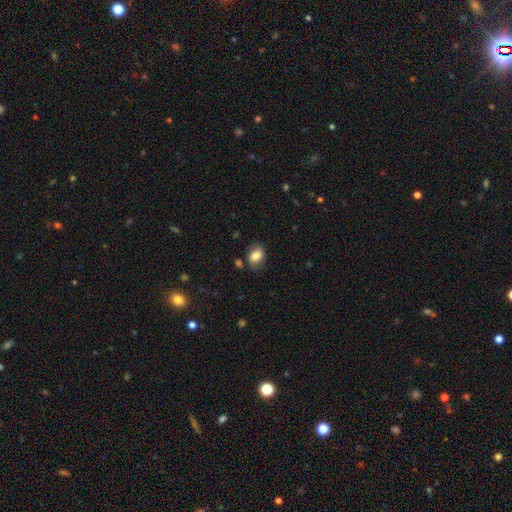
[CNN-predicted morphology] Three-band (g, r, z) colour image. It shows a smooth galaxy with no disk features (81%) that is in between round and cigar-shaped (76%). Merging: none (71%).